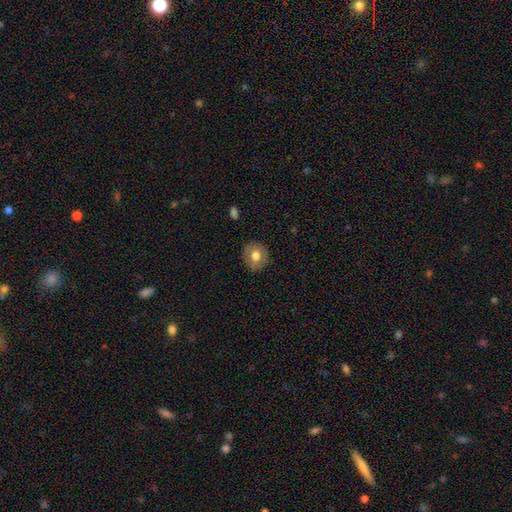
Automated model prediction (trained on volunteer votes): Q: Smooth or featured?
A: smooth (66%); runner-up: featured or disk (27%)
Q: How rounded?
A: round (84%); runner-up: in between (15%)
Q: Merging?
A: none (86%); runner-up: minor disturbance (10%)